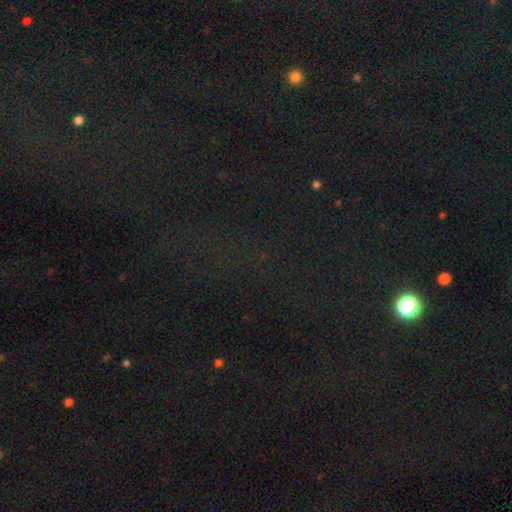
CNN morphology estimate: This appears to be a star or artifact, not a galaxy (77%).